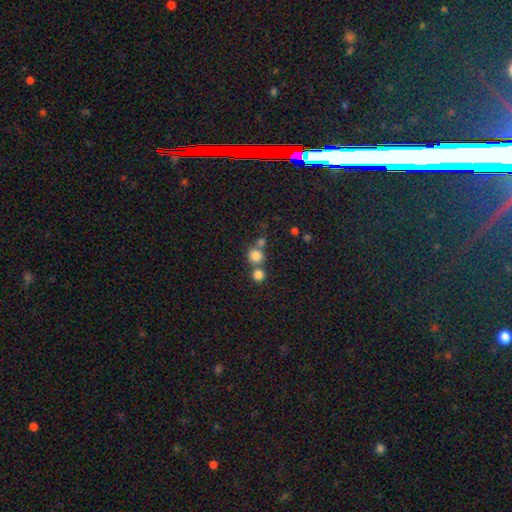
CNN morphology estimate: Smooth or featured?
  - smooth: 80% *
  - star or artifact: 13%
  - featured or disk: 7%
How rounded?
  - round: 88% *
  - in between: 11%
  - cigar-shaped: 1%
Merging?
  - none: 54% *
  - merger: 35%
  - minor disturbance: 7%
  - major disturbance: 4%